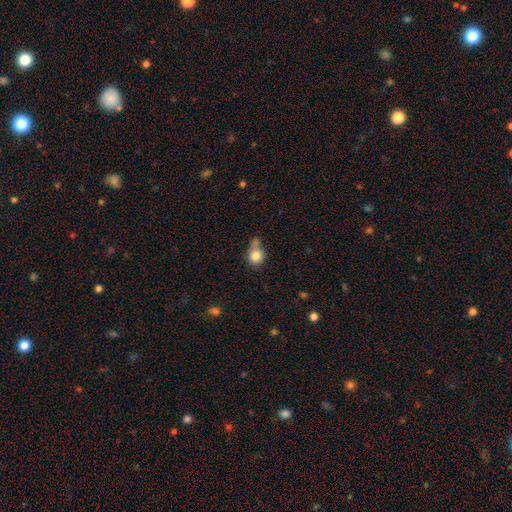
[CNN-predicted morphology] Q: Smooth or featured?
A: smooth (82%); runner-up: star or artifact (9%)
Q: How rounded?
A: round (77%); runner-up: in between (22%)
Q: Merging?
A: none (46%); runner-up: merger (26%)